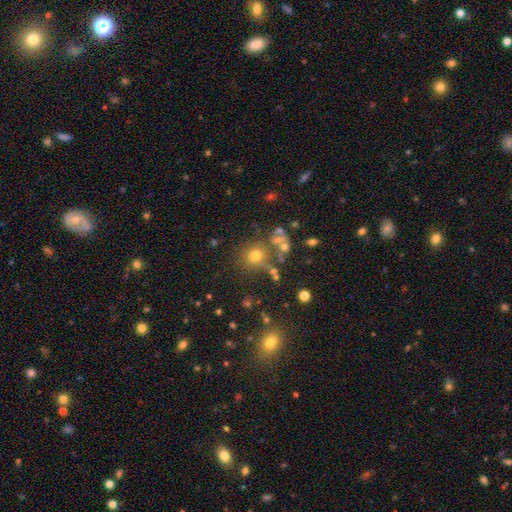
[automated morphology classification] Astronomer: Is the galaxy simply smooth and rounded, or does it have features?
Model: smooth — 67%.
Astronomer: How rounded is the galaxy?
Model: round — 88%.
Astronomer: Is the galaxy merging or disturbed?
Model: none — 70%.